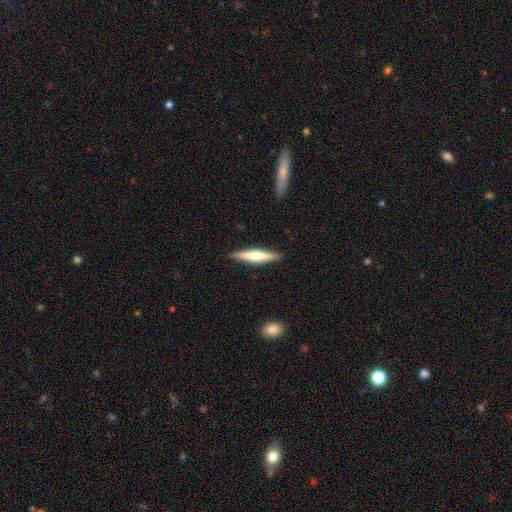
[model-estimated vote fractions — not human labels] Q: Smooth or featured?
A: featured or disk (57%); runner-up: smooth (38%)
Q: Edge-on disk?
A: yes (97%); runner-up: no (3%)
Q: Edge-on bulge?
A: rounded (81%); runner-up: none (10%)
Q: Merging?
A: none (90%); runner-up: minor disturbance (7%)